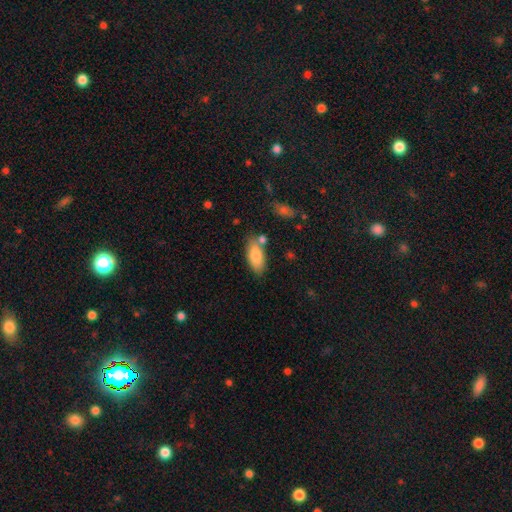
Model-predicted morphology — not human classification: Smooth or featured: smooth — 84% (featured or disk — 10%)
How rounded: in between — 84% (cigar-shaped — 14%)
Merging: none — 70% (minor disturbance — 15%)